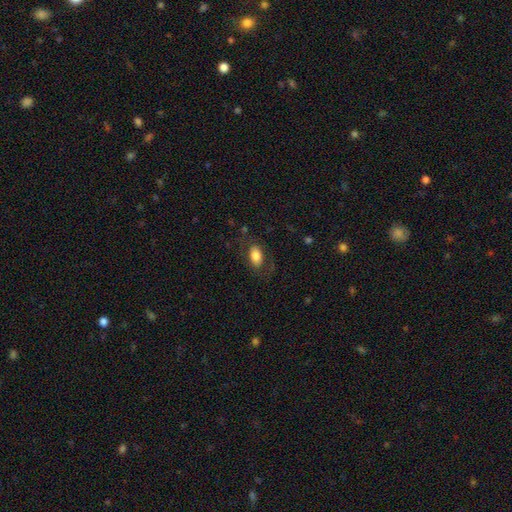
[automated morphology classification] This is likely a smooth galaxy (75%). How rounded: clearly in between (91%). Merging: likely none (72%).